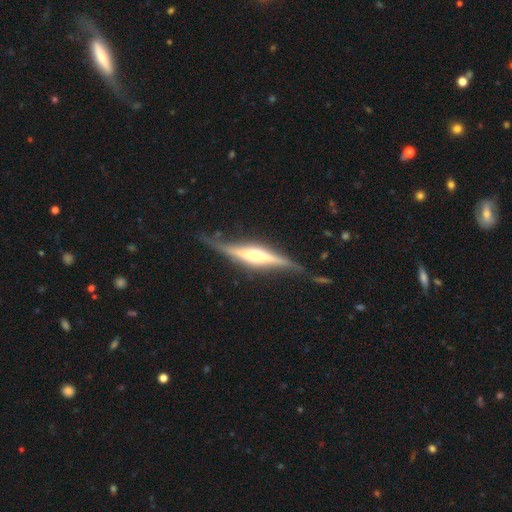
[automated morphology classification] type=featured or disk (82%); edge-on=yes (93%); edge-on bulge=rounded (86%); merging=none (72%).